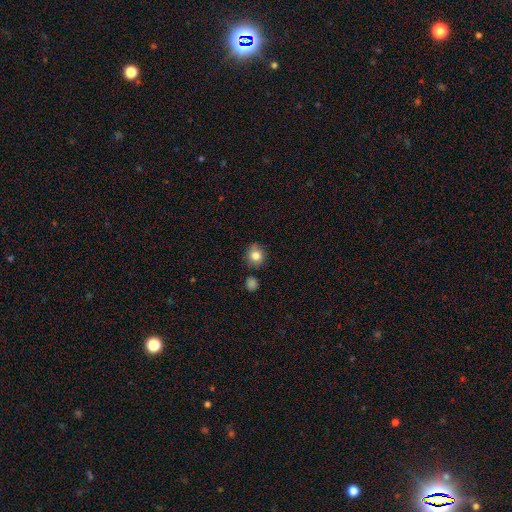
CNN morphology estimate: Smooth or featured? Predicted: smooth (p=0.82). How rounded? Predicted: round (p=0.75). Merging? Predicted: none (p=0.75).